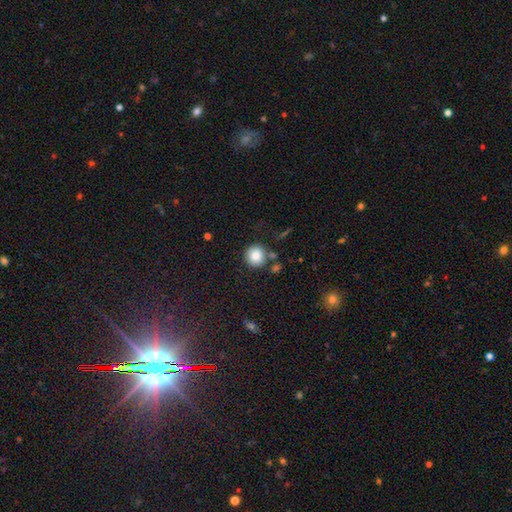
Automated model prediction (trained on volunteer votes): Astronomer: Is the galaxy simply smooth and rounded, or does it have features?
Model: smooth — 84%.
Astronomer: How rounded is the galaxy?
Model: round — 92%.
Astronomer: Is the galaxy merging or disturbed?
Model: none — 79%.